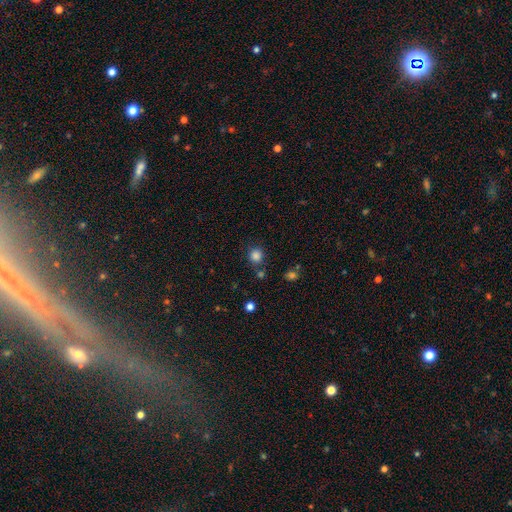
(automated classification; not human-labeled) smooth 84%, star or artifact 12%, featured or disk 4%. Down the decision tree: how rounded — round (88%); merging — none (77%).